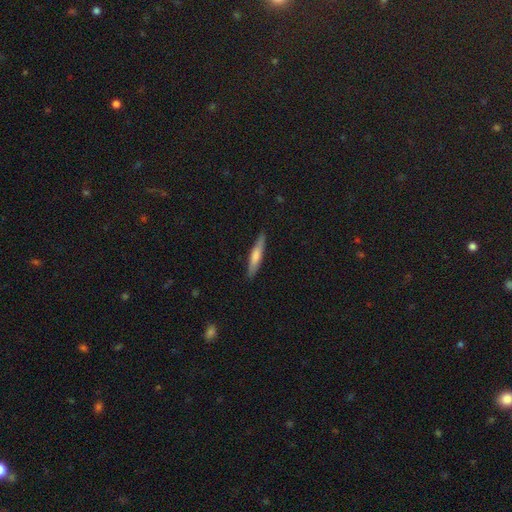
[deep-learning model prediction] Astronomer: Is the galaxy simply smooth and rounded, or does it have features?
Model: smooth — 54% (runner-up: featured or disk, 39%).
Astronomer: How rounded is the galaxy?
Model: cigar-shaped — 90%.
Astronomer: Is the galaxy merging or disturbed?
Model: none — 89%.